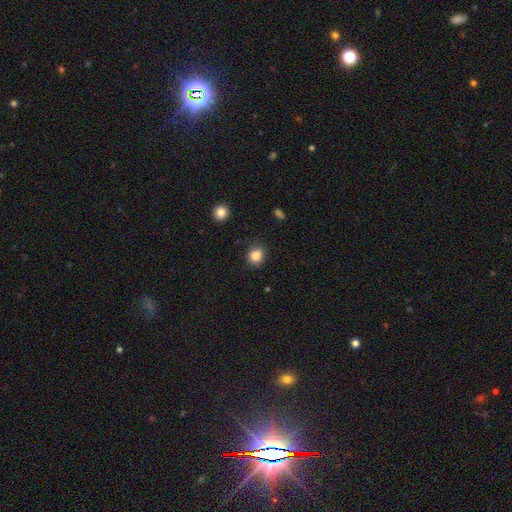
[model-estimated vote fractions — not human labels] This appears to be a smooth galaxy with no disk features (84%) that is round (65%). Merging: none (82%).